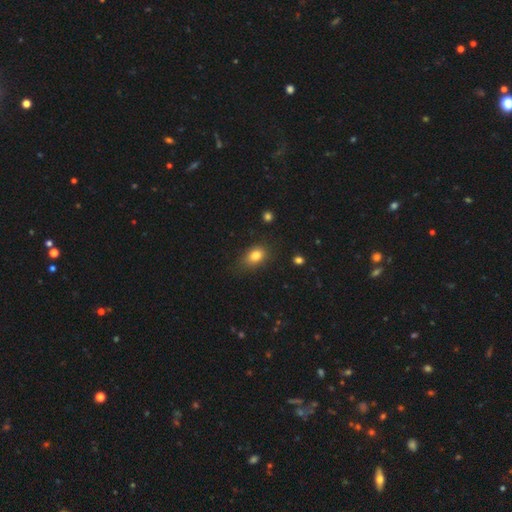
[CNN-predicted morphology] smooth-or-featured: smooth: 81% | star or artifact: 11% | featured or disk: 8%
  how-rounded: in between: 73% | round: 25% | cigar-shaped: 2%
  merging: none: 75% | minor disturbance: 19% | major disturbance: 4% | merger: 2%